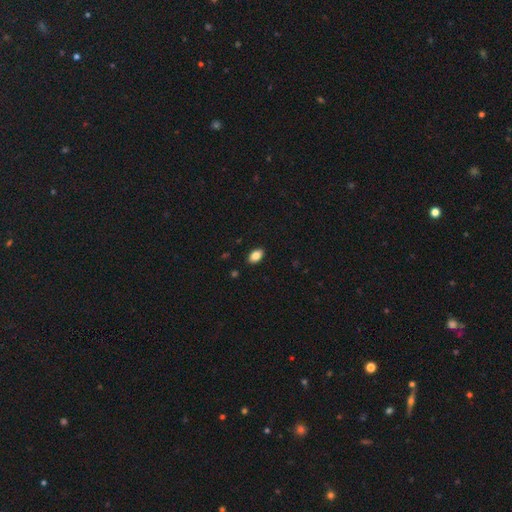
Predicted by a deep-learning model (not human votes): smooth-or-featured: smooth: 85% | star or artifact: 8% | featured or disk: 7%
  how-rounded: in between: 90% | round: 8% | cigar-shaped: 2%
  merging: none: 89% | minor disturbance: 8% | major disturbance: 2% | merger: 1%